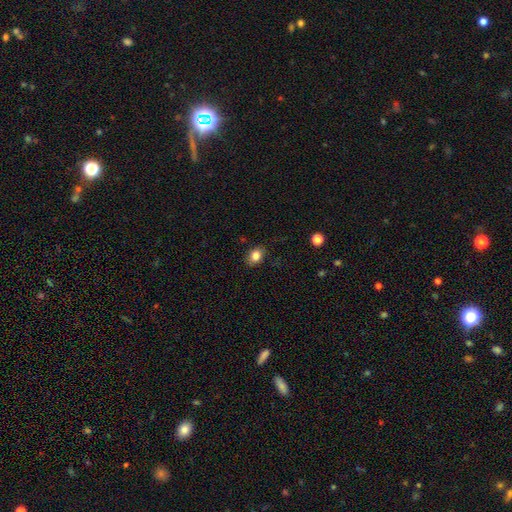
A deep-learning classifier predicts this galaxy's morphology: Smooth or featured?
  - smooth: 83% *
  - star or artifact: 10%
  - featured or disk: 7%
How rounded?
  - in between: 68% *
  - round: 31%
  - cigar-shaped: 1%
Merging?
  - none: 81% *
  - minor disturbance: 14%
  - major disturbance: 3%
  - merger: 1%